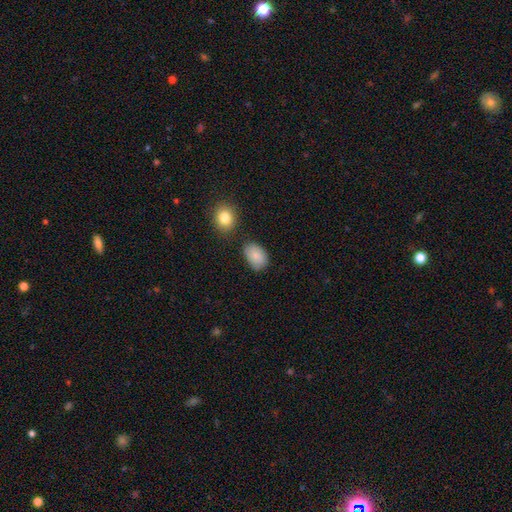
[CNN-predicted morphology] This is clearly a smooth galaxy (84%). How rounded: clearly in between (85%). Merging: likely none (69%).